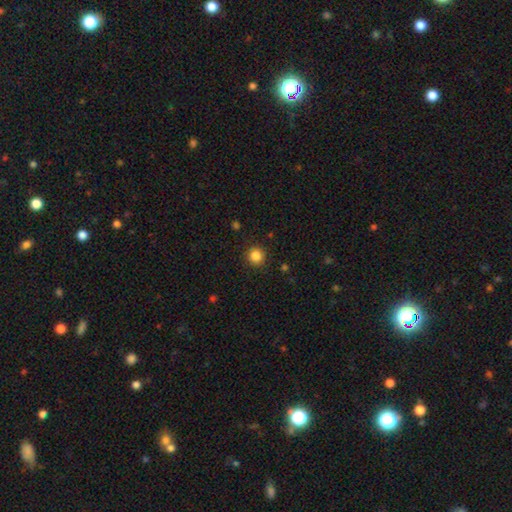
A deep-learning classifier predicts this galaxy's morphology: A smooth galaxy with no disk features (85%) that is round (94%).

Vote fractions:
- Smooth or featured? smooth: 85% / star or artifact: 11% / featured or disk: 4%
- How rounded? round: 94% / in between: 5% / cigar-shaped: 1%
- Merging? none: 91% / minor disturbance: 6% / major disturbance: 2% / merger: 1%